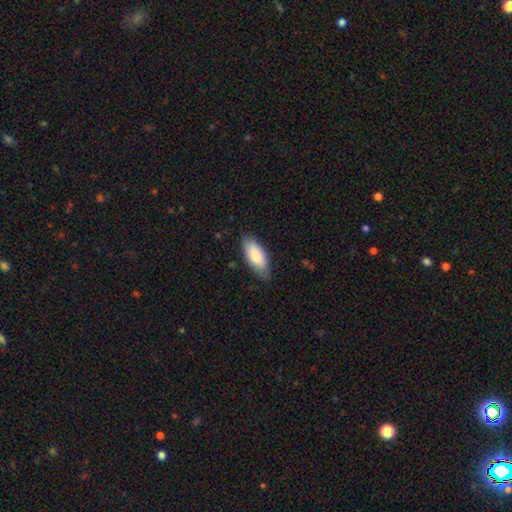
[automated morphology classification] Smooth or featured? Predicted: smooth (p=0.83). How rounded? Predicted: in between (p=0.84). Merging? Predicted: none (p=0.80).